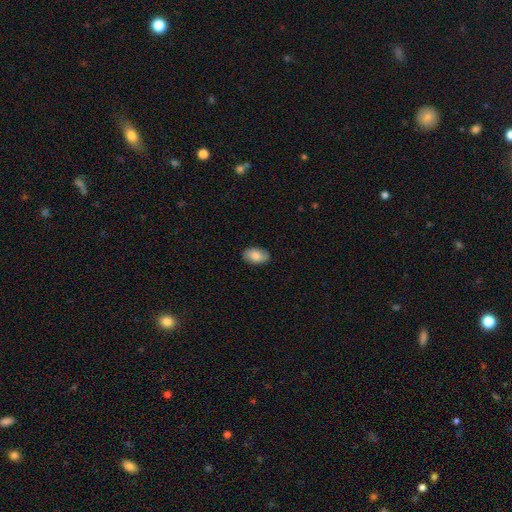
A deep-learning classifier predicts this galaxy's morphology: smooth_or_featured: smooth (p=0.83) [alt: featured or disk p=0.10]
how_rounded: in between (p=0.93) [alt: round p=0.05]
merging: none (p=0.88) [alt: minor disturbance p=0.09]